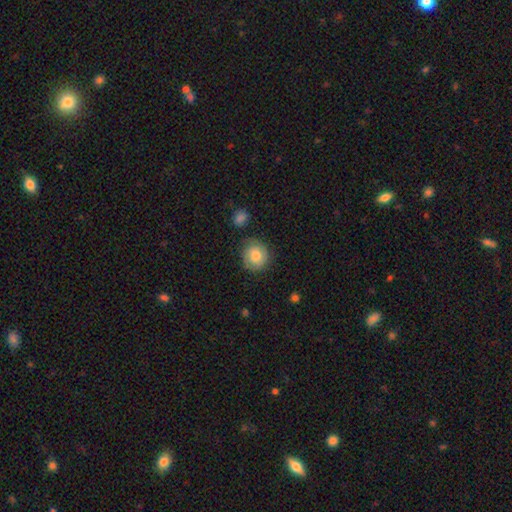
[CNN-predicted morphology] The model was most divided on "smooth or featured": smooth: 57%, featured or disk: 35%, star or artifact: 8%. More confident: how rounded — round (85%); merging — none (74%).